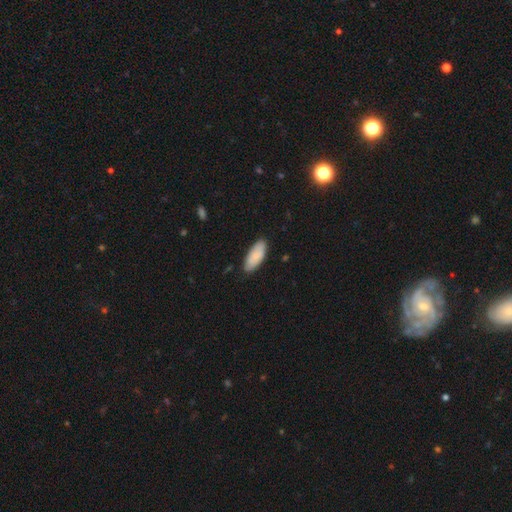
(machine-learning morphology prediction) This appears to be a smooth galaxy with no disk features (84%) that is in between round and cigar-shaped (83%). Merging: none (83%).